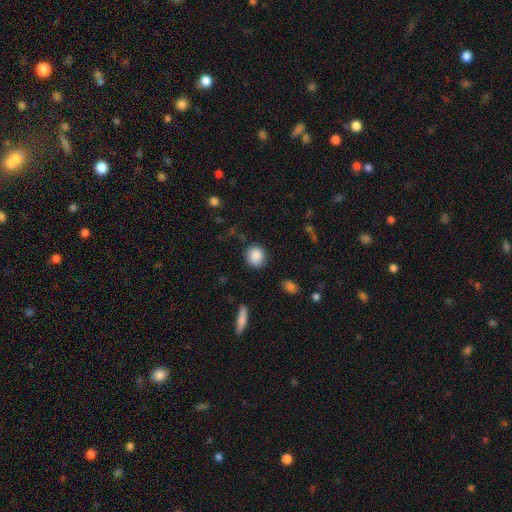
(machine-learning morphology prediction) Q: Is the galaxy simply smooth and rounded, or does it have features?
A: smooth — 88%.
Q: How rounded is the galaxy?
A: round — 80%.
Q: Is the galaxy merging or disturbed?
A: none — 84%.